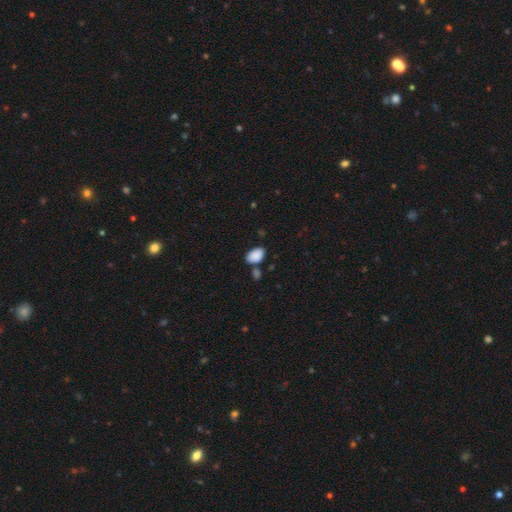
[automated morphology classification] Smooth or featured?
  - smooth: 89% *
  - star or artifact: 7%
  - featured or disk: 4%
How rounded?
  - in between: 92% *
  - round: 7%
  - cigar-shaped: 1%
Merging?
  - none: 66% *
  - merger: 15%
  - minor disturbance: 15%
  - major disturbance: 4%